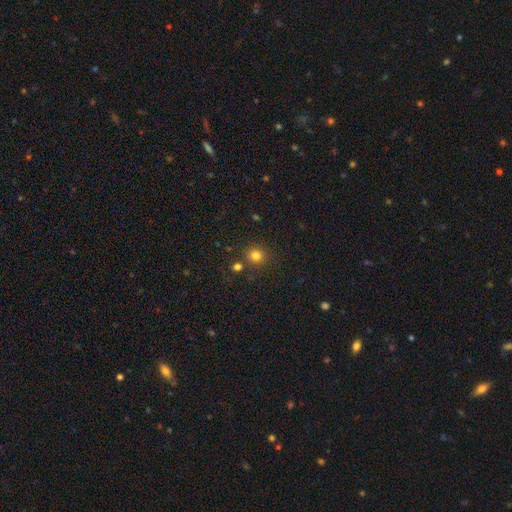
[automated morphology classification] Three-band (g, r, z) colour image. It shows a smooth galaxy with no disk features (80%) that is round (91%). Merging: none (81%).